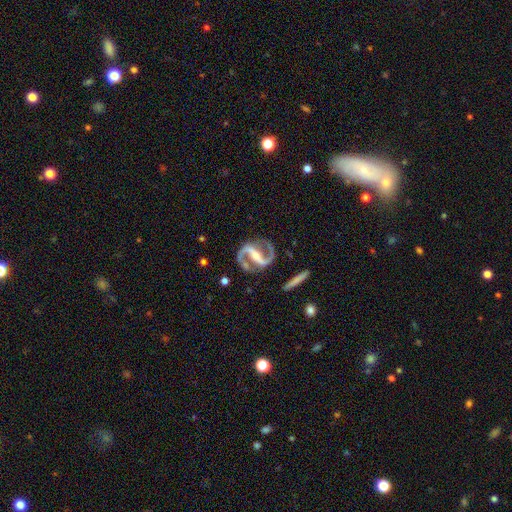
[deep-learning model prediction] Smooth or featured? featured or disk (94%)
Edge-on disk? no (97%)
Bar? strong (74%)
Spiral arms? yes (98%)
Spiral winding? medium (61%)
Spiral arm count? 2 (95%)
Bulge size? small (52%)
Merging? none (83%)